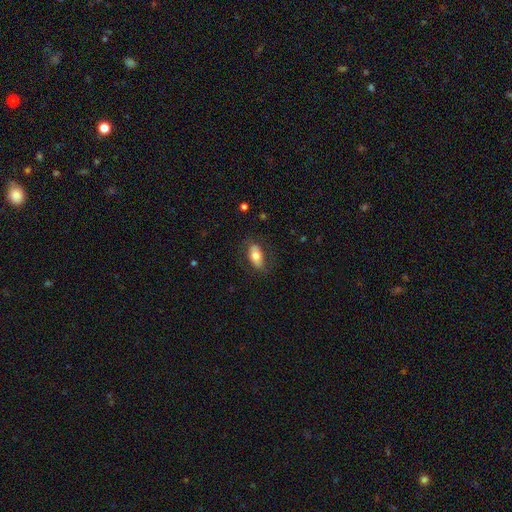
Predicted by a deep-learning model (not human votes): The model was most divided on "smooth or featured": smooth: 71%, featured or disk: 22%, star or artifact: 7%. More confident: how rounded — in between (91%); merging — none (75%).